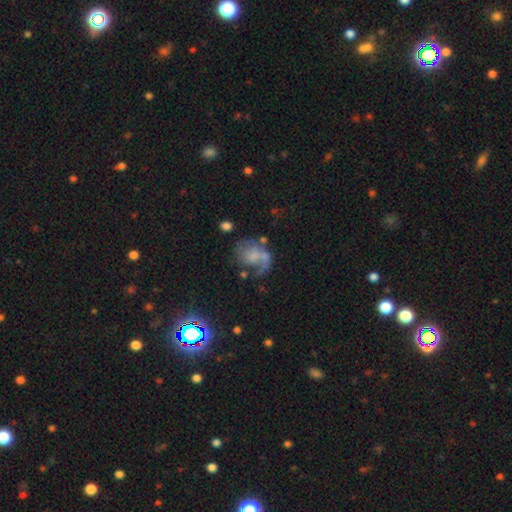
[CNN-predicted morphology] Q: Smooth or featured?
A: featured or disk (58%); runner-up: smooth (29%)
Q: Edge-on disk?
A: no (98%); runner-up: yes (2%)
Q: Bar?
A: no (72%); runner-up: weak (24%)
Q: Spiral arms?
A: yes (68%); runner-up: no (32%)
Q: Bulge size?
A: none (38%); runner-up: small (29%)
Q: Merging?
A: none (35%); runner-up: major disturbance (34%)